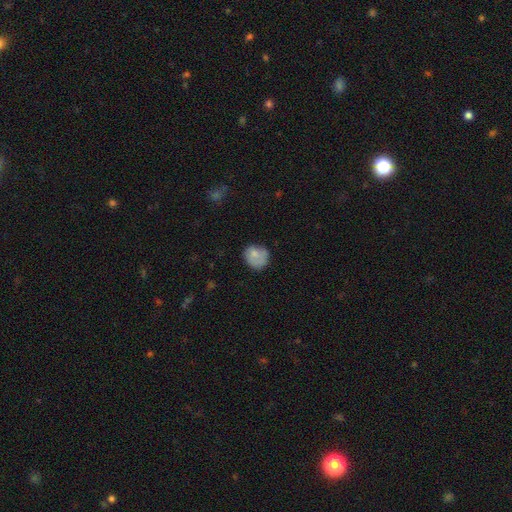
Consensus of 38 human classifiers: Smooth or featured? smooth (71%)
How rounded? round (78%)
Merging? none (50%)